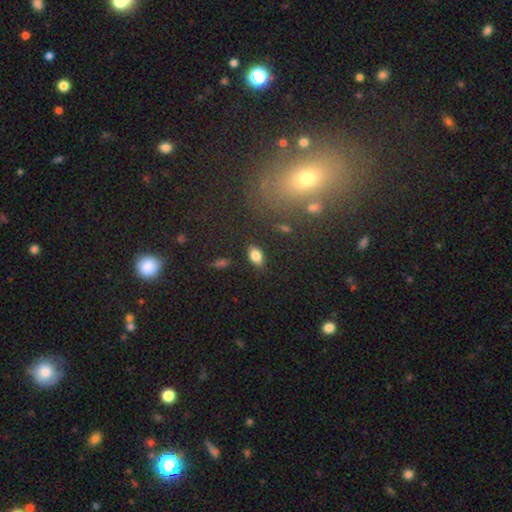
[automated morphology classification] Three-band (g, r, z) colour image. It shows a smooth galaxy with no disk features (83%) that is in between round and cigar-shaped (89%). Merging: none (85%).